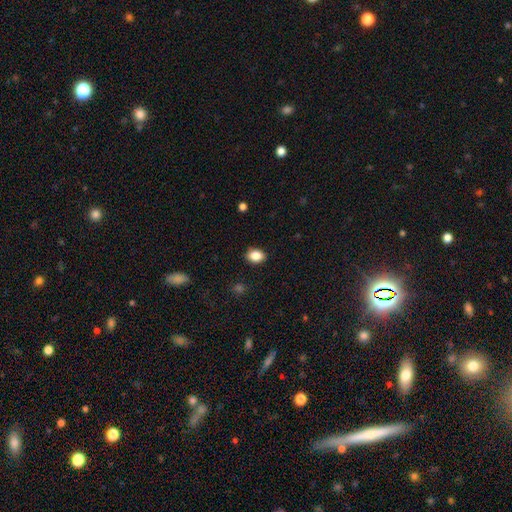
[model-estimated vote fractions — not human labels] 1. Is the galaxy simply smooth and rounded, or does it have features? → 86% smooth, 9% star or artifact, 5% featured or disk.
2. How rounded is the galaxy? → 72% in between, 27% round, 1% cigar-shaped.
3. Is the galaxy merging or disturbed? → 87% none, 10% minor disturbance, 2% major disturbance, 1% merger.